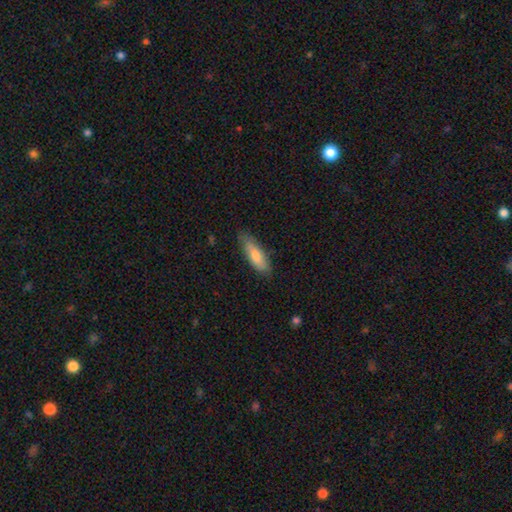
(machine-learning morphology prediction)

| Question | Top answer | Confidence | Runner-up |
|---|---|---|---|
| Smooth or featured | smooth | 75% | featured or disk (19%) |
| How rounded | cigar-shaped | 54% | in between (44%) |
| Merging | none | 79% | minor disturbance (17%) |